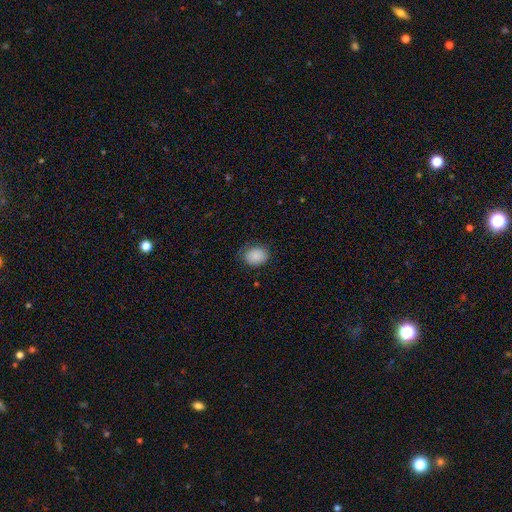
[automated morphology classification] A smooth galaxy with no disk features (88%) that is in between round and cigar-shaped (65%). Merging: none (75%).